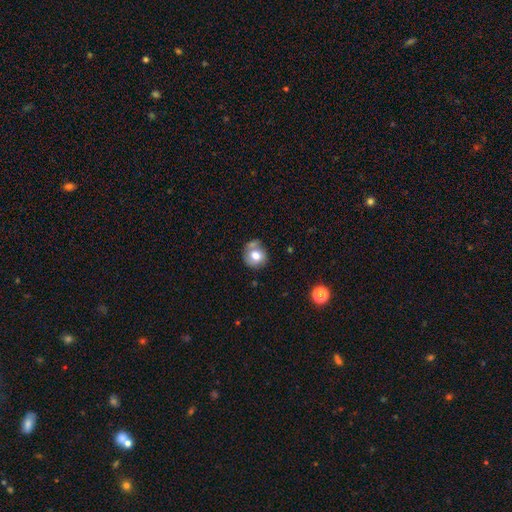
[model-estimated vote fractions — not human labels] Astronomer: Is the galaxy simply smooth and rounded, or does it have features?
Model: smooth — 73%.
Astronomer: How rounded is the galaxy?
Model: round — 85%.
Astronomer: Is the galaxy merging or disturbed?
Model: none — 57%.